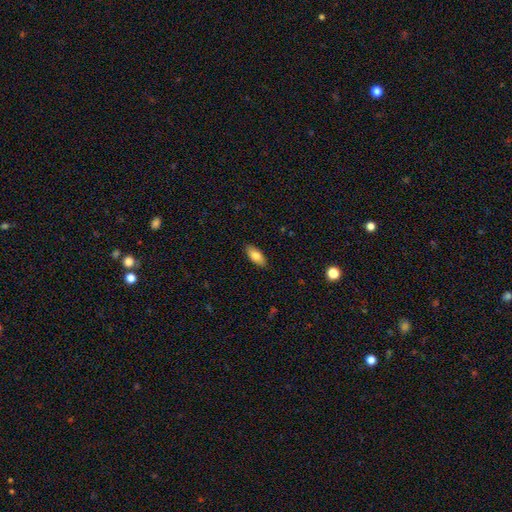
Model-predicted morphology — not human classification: Smooth or featured: smooth — 79% (featured or disk — 15%)
How rounded: in between — 82% (cigar-shaped — 16%)
Merging: none — 88% (minor disturbance — 9%)